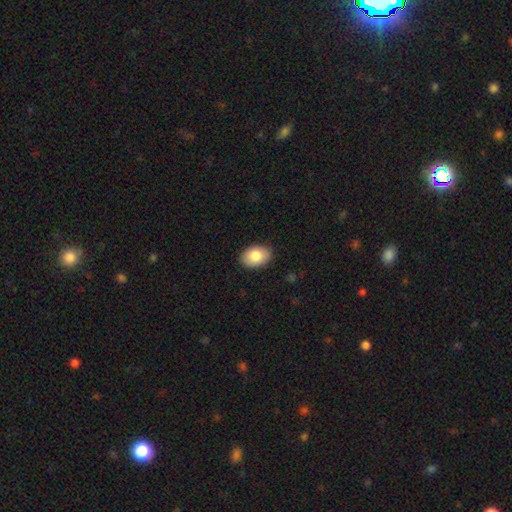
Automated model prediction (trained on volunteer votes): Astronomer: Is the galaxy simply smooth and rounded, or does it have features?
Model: smooth — 85%.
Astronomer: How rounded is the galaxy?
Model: in between — 87%.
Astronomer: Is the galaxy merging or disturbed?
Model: none — 88%.